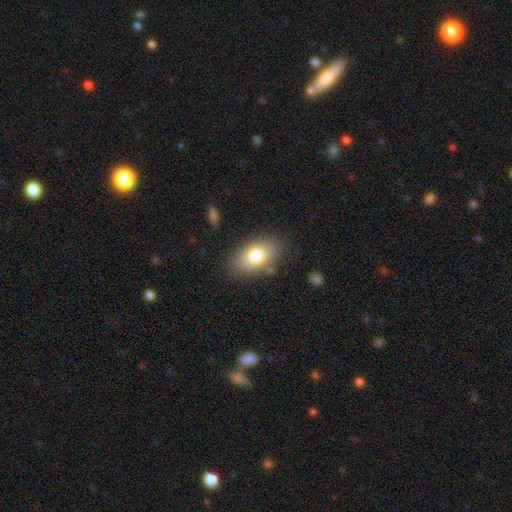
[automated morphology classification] Smooth or featured? smooth (77%)
How rounded? in between (90%)
Merging? none (81%)